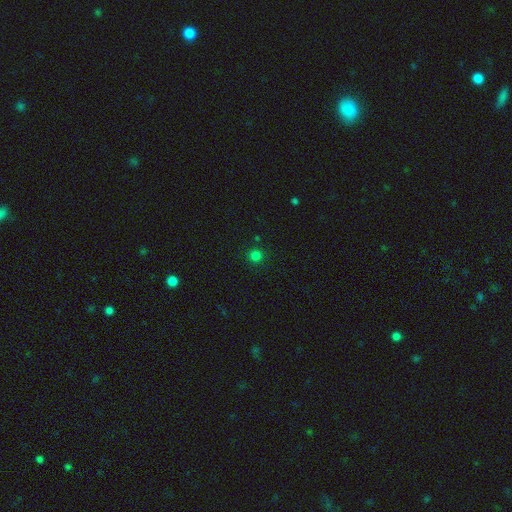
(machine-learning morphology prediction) Smooth or featured? Predicted: smooth (p=0.78). How rounded? Predicted: round (p=0.93). Merging? Predicted: none (p=0.90).